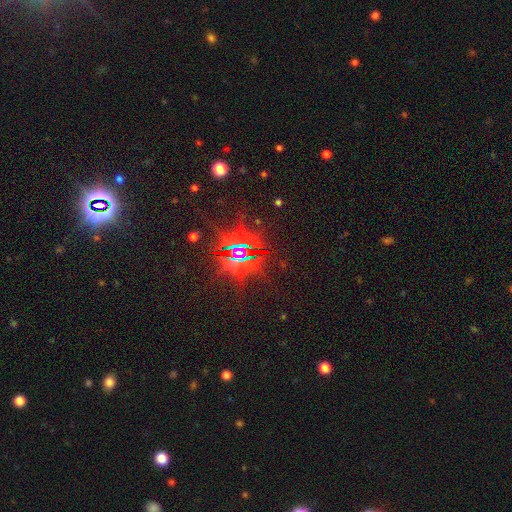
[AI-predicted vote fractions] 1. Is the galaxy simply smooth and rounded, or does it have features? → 86% star or artifact, 7% smooth, 7% featured or disk.